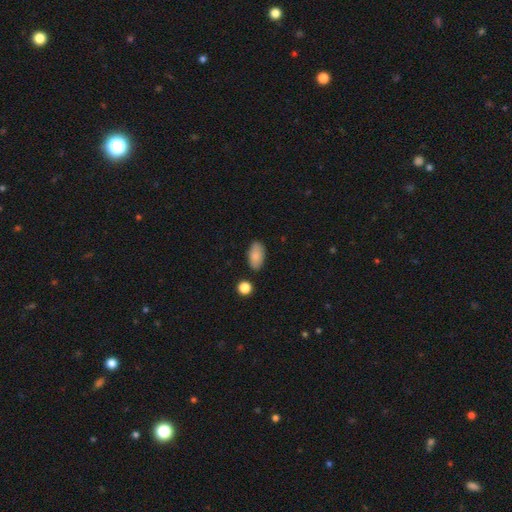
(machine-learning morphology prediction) type=smooth (84%); roundness=in between (93%); merging=none (82%).